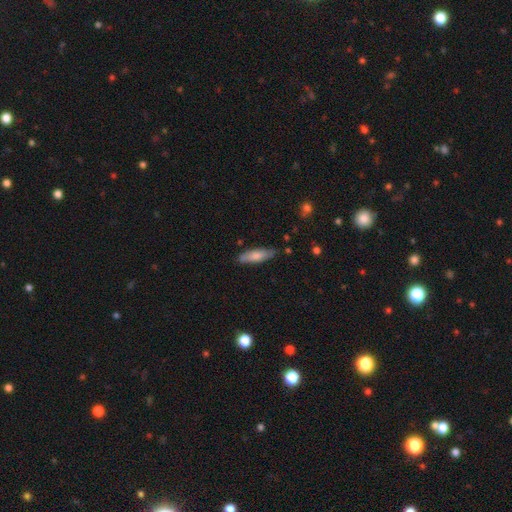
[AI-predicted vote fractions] This appears to be a smooth galaxy with no disk features (72%) that is cigar-shaped (59%). Merging: none (79%).